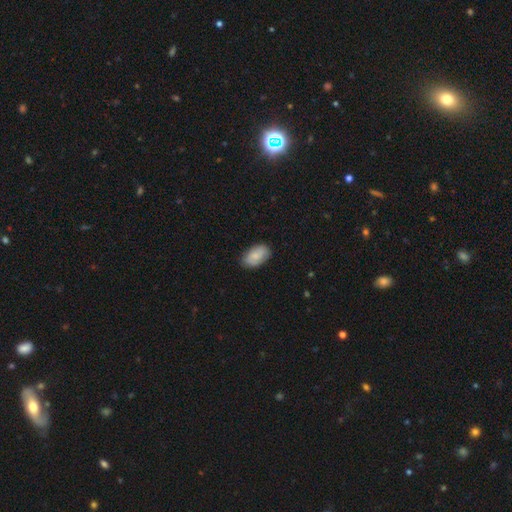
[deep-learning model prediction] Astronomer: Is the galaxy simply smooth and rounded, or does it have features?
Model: smooth — 82%.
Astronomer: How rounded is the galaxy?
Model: in between — 94%.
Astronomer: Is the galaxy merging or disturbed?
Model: none — 82%.